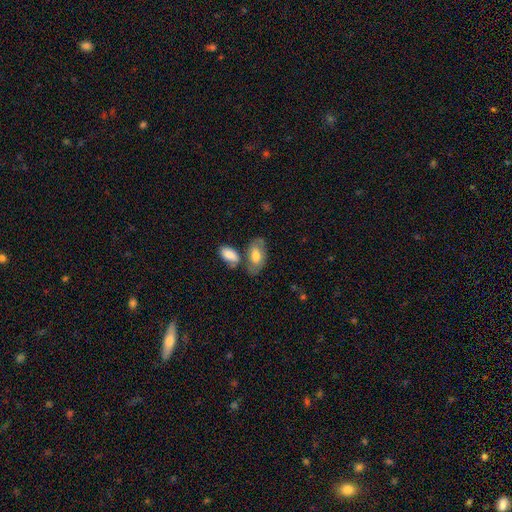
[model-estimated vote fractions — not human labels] Morphology: type=smooth (65%); roundness=in between (92%); merging=none (57%).